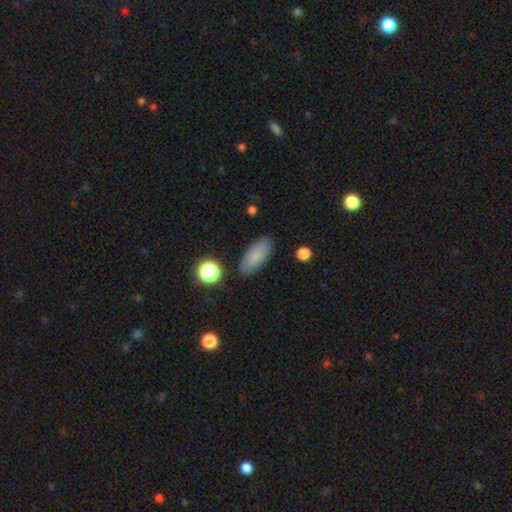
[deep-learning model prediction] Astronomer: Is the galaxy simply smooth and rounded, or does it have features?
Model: smooth — 82%.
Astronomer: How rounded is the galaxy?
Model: in between — 85%.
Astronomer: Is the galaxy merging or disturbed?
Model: none — 85%.